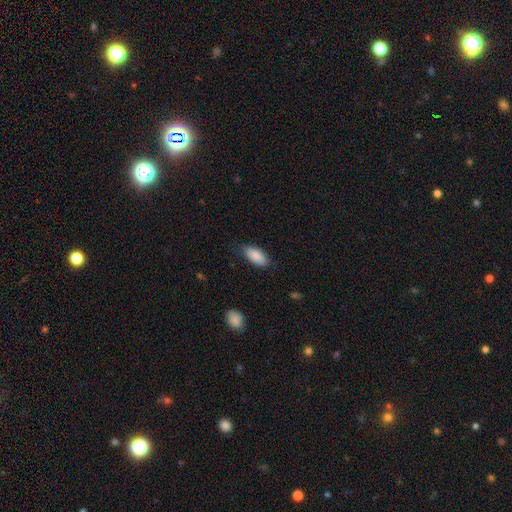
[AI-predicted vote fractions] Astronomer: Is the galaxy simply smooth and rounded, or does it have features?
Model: smooth — 89%.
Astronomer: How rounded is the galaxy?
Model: in between — 89%.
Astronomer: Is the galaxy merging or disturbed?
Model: none — 78%.